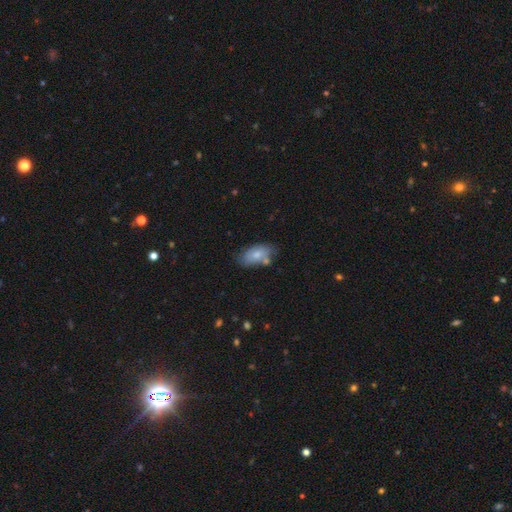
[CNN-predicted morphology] Smooth or featured? smooth (72%)
How rounded? in between (92%)
Merging? none (58%)